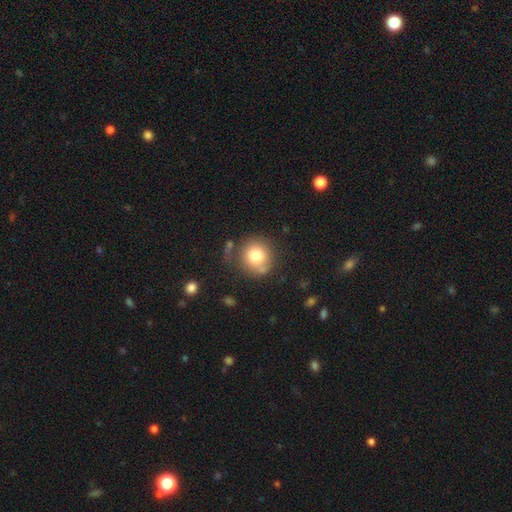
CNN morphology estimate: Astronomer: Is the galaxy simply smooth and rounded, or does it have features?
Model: smooth — 76%.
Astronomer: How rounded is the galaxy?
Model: round — 91%.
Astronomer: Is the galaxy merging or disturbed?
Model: none — 69%.